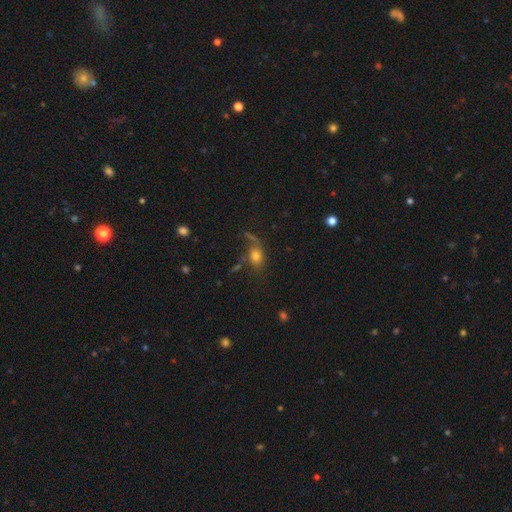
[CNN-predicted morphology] A smooth galaxy with no disk features (69%) that is in between round and cigar-shaped (66%).

Vote fractions:
- Smooth or featured? smooth: 69% / featured or disk: 16% / star or artifact: 14%
- How rounded? in between: 66% / round: 30% / cigar-shaped: 4%
- Merging? none: 51% / minor disturbance: 20% / major disturbance: 18% / merger: 11%